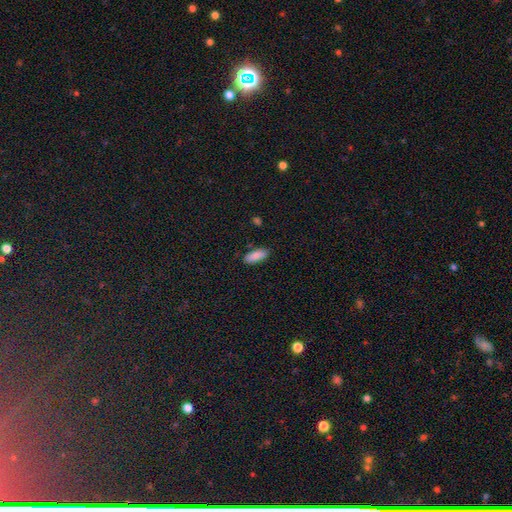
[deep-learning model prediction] Smooth or featured?
  - smooth: 88% *
  - star or artifact: 7%
  - featured or disk: 6%
How rounded?
  - in between: 80% *
  - cigar-shaped: 18%
  - round: 2%
Merging?
  - none: 87% *
  - minor disturbance: 9%
  - major disturbance: 2%
  - merger: 2%